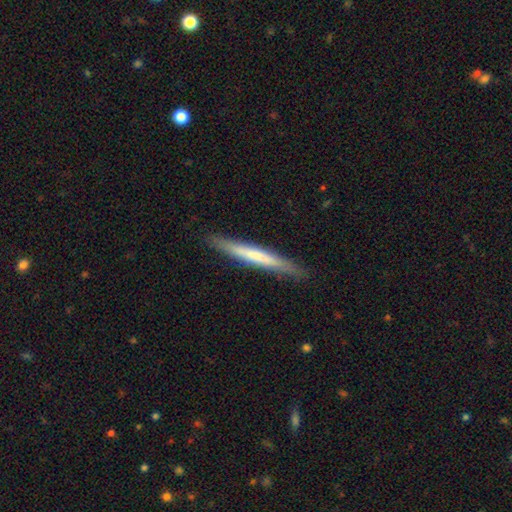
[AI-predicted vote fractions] smooth-or-featured: smooth: 54% | featured or disk: 40% | star or artifact: 5%
  how-rounded: cigar-shaped: 96% | in between: 3% | round: 1%
  merging: none: 88% | minor disturbance: 9% | major disturbance: 2% | merger: 1%